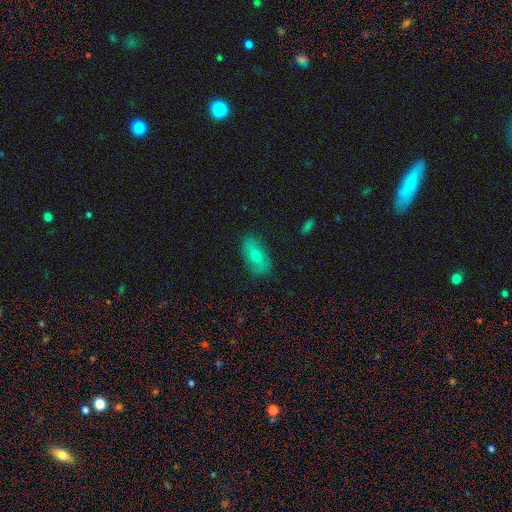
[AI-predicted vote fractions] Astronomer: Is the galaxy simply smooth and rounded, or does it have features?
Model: smooth — 59%.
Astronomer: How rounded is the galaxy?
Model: in between — 87%.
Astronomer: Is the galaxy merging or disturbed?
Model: none — 84%.